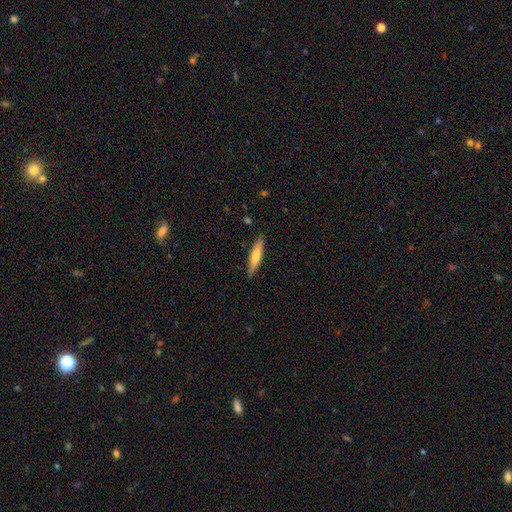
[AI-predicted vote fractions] Q: Smooth or featured?
A: smooth (61%); runner-up: featured or disk (33%)
Q: How rounded?
A: cigar-shaped (83%); runner-up: in between (16%)
Q: Merging?
A: none (87%); runner-up: minor disturbance (10%)